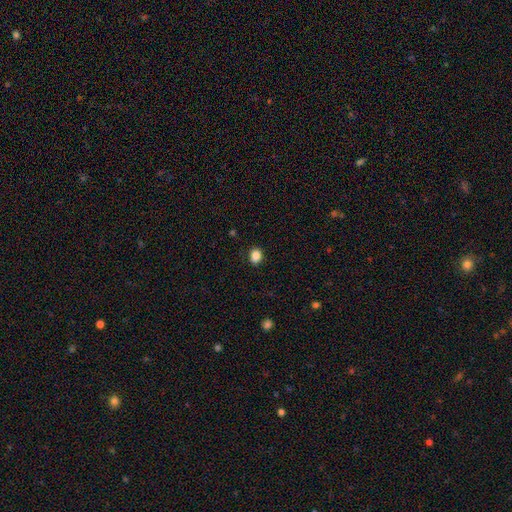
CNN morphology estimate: This is clearly a smooth galaxy (87%). How rounded: possibly in between (56%). Merging: clearly none (87%).